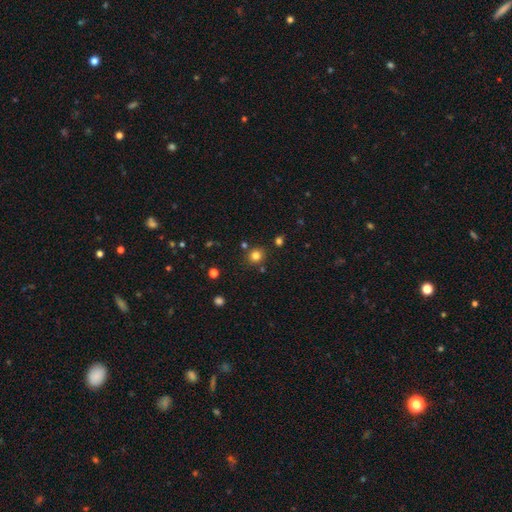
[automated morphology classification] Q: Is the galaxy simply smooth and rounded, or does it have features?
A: smooth — 80%.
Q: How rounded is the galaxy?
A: round — 86%.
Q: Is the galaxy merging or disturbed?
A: none — 83%.